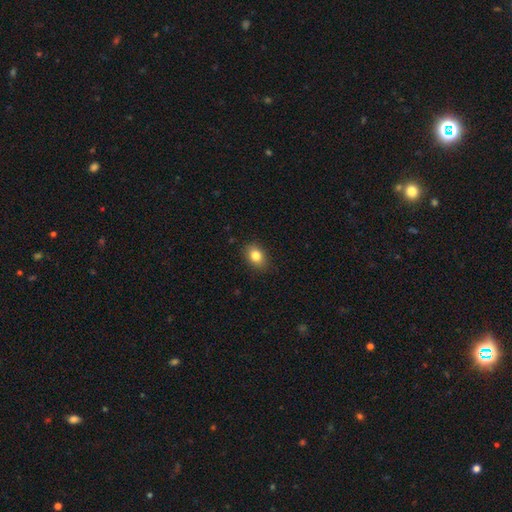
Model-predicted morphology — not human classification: smooth-or-featured: smooth: 83% | star or artifact: 9% | featured or disk: 8%
  how-rounded: in between: 70% | round: 28% | cigar-shaped: 1%
  merging: none: 87% | minor disturbance: 10% | major disturbance: 2% | merger: 1%